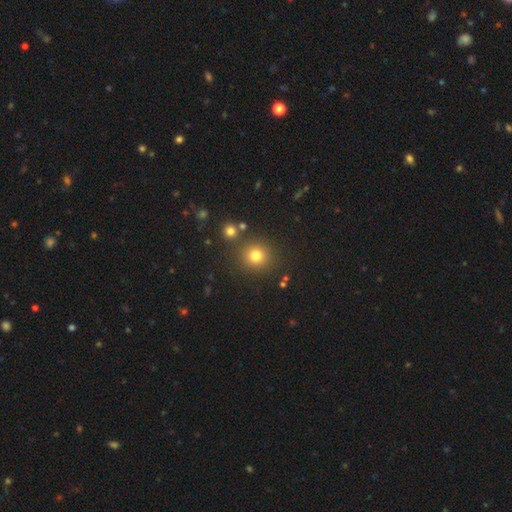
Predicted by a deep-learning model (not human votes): This is likely a smooth galaxy (79%). How rounded: clearly round (92%). Merging: clearly none (85%).